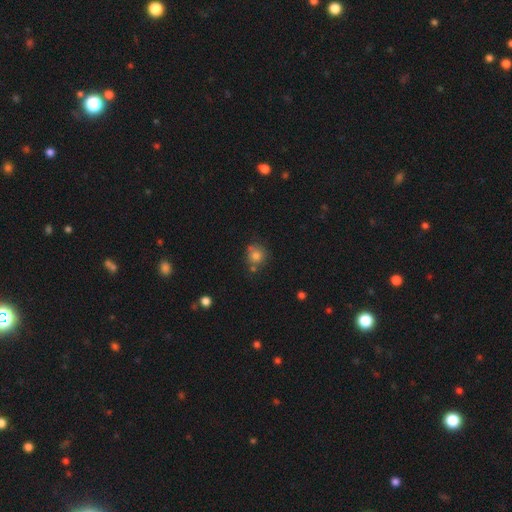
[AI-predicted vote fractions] Smooth or featured?
  - smooth: 78% *
  - star or artifact: 12%
  - featured or disk: 10%
How rounded?
  - round: 86% *
  - in between: 13%
  - cigar-shaped: 1%
Merging?
  - none: 63% *
  - minor disturbance: 17%
  - merger: 15%
  - major disturbance: 5%